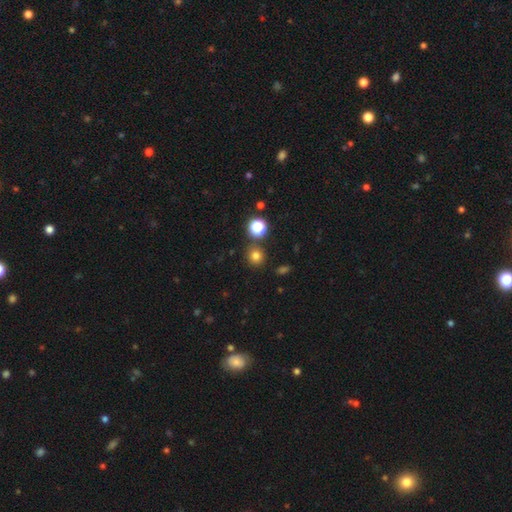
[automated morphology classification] type=smooth (77%); roundness=round (91%); merging=none (83%).